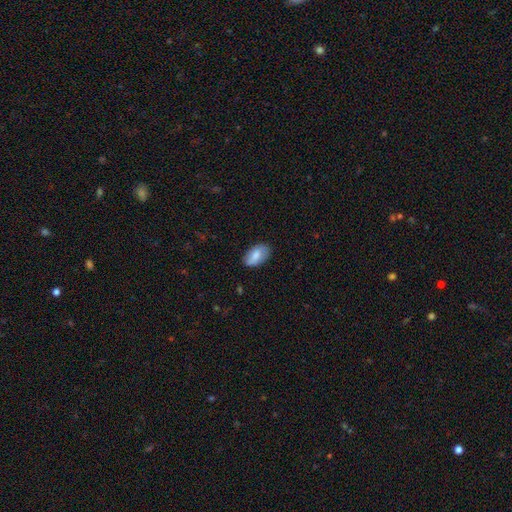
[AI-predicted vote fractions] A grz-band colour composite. It shows a smooth galaxy with no disk features (75%) that is in between round and cigar-shaped (94%). Merging: none (83%).